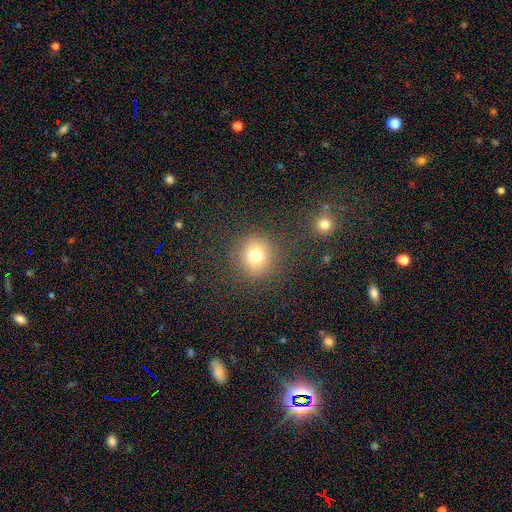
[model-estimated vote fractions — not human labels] The model was most divided on "smooth or featured": smooth: 75%, star or artifact: 16%, featured or disk: 9%. More confident: how rounded — round (90%); merging — none (85%).